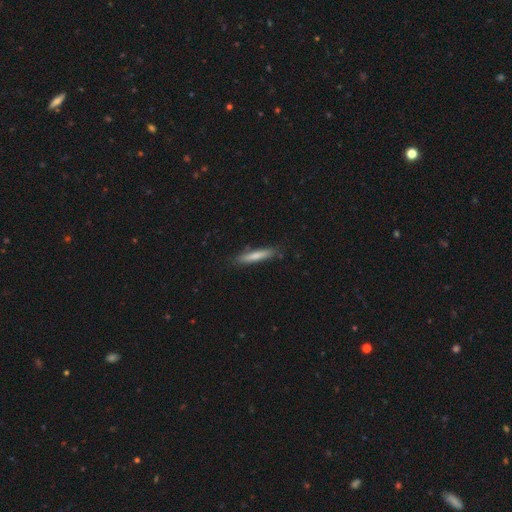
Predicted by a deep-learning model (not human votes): Smooth or featured?
  - smooth: 73% *
  - featured or disk: 22%
  - star or artifact: 6%
How rounded?
  - cigar-shaped: 92% *
  - in between: 7%
  - round: 1%
Merging?
  - none: 84% *
  - minor disturbance: 12%
  - major disturbance: 2%
  - merger: 2%